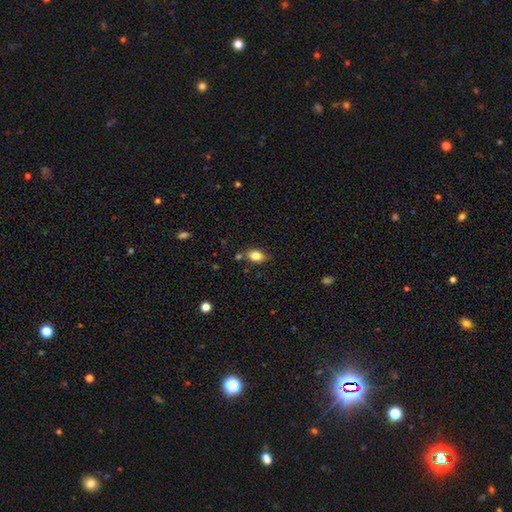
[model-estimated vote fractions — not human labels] This appears to be a smooth galaxy with no disk features (82%) that is in between round and cigar-shaped (85%). Merging: none (77%).